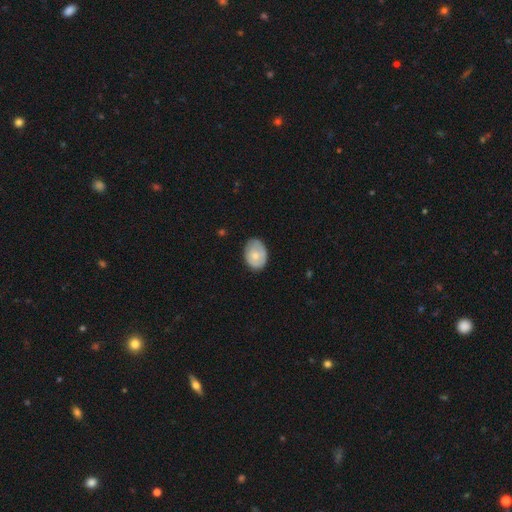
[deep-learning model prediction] A smooth galaxy with no disk features (68%) that is in between round and cigar-shaped (72%).

Vote fractions:
- Smooth or featured? smooth: 68% / featured or disk: 26% / star or artifact: 6%
- How rounded? in between: 72% / round: 27% / cigar-shaped: 1%
- Merging? none: 74% / minor disturbance: 22% / major disturbance: 4% / merger: 1%